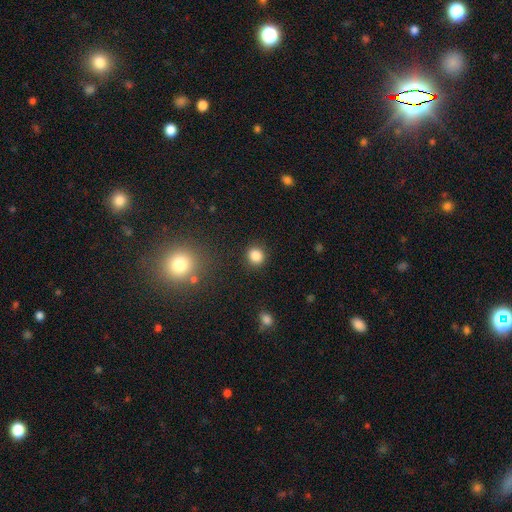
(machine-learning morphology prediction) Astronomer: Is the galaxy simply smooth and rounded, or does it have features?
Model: smooth — 85%.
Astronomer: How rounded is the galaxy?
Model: round — 85%.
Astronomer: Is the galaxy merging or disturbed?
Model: none — 89%.